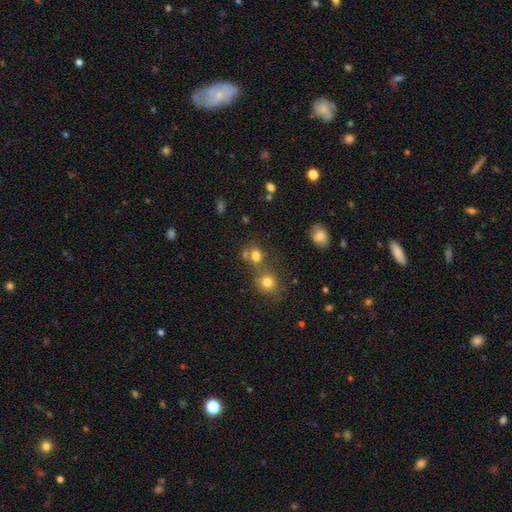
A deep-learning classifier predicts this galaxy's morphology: This appears to be a smooth galaxy with no disk features (75%) that is round (67%). Merging: none (51%).